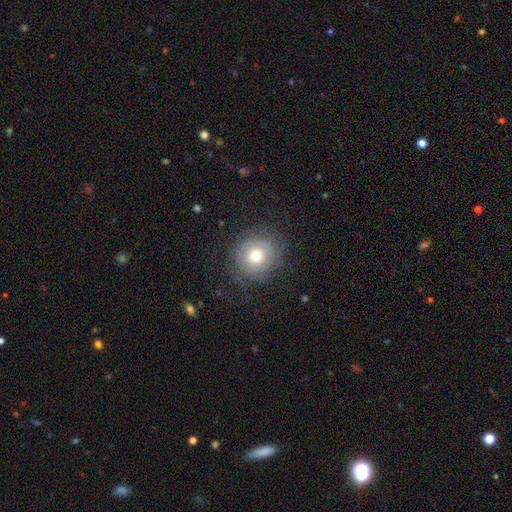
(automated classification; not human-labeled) Overall: smooth (58%; featured or disk 32%). How rounded: round (88%). Merging: none (73%).